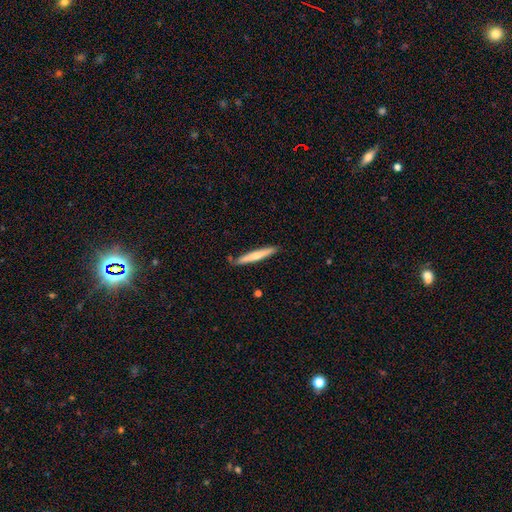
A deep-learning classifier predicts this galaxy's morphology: smooth 61%, featured or disk 34%, star or artifact 5%. Down the decision tree: how rounded — cigar-shaped (95%); merging — none (87%).